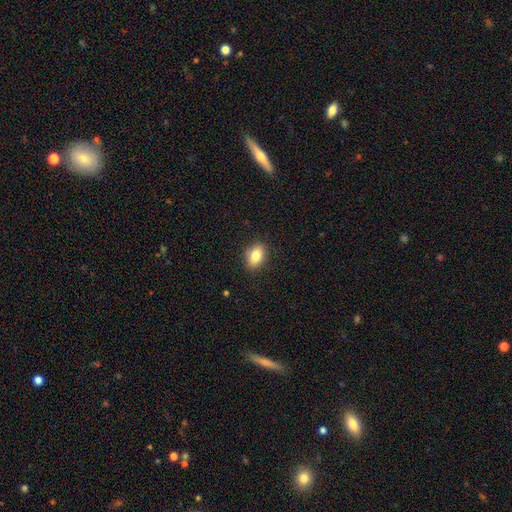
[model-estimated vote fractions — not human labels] A smooth galaxy with no disk features (83%) that is in between round and cigar-shaped (81%). Merging: none (87%).